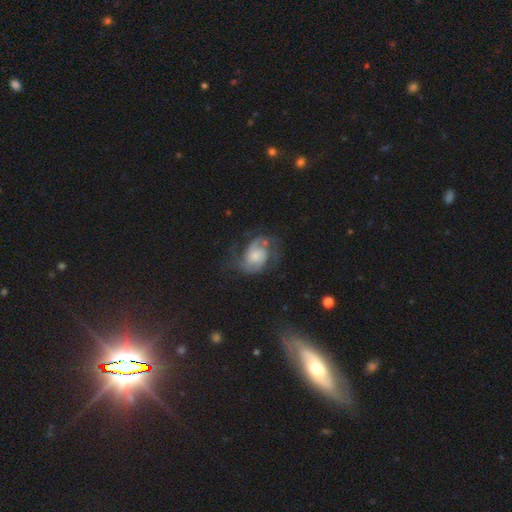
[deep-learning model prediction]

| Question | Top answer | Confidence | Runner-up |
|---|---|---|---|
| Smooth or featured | featured or disk | 74% | smooth (18%) |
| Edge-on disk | no | 98% | yes (2%) |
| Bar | no | 63% | weak (31%) |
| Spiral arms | yes | 92% | no (8%) |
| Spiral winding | medium | 49% | tight (26%) |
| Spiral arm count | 2 | 74% | can't tell (11%) |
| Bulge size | moderate | 38% | small (33%) |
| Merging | none | 55% | minor disturbance (22%) |